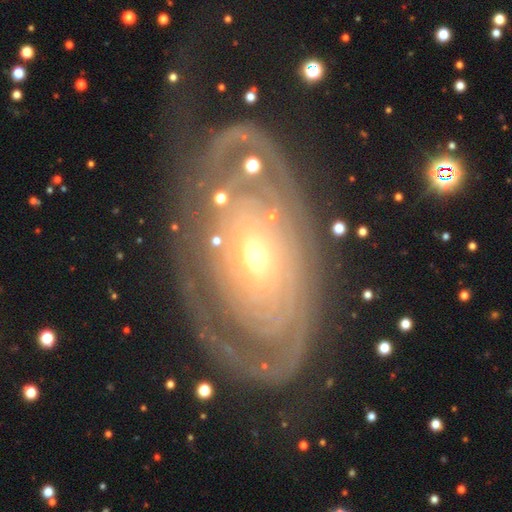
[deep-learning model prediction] smooth_or_featured: featured or disk (p=0.86) [alt: smooth p=0.08]
disk_edge_on: no (p=0.95) [alt: yes p=0.05]
bar: no (p=0.71) [alt: weak p=0.20]
has_spiral_arms: yes (p=0.93) [alt: no p=0.07]
spiral_winding: tight (p=0.75) [alt: medium p=0.18]
spiral_arm_count: can't tell (p=0.33) [alt: 2 p=0.26]
bulge_size: small (p=0.62) [alt: moderate p=0.32]
merging: none (p=0.65) [alt: minor disturbance p=0.17]